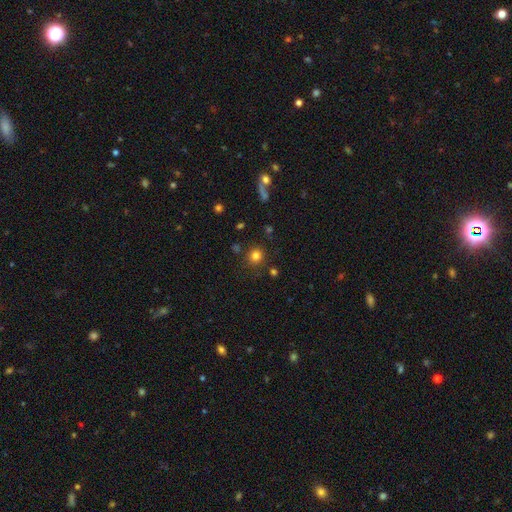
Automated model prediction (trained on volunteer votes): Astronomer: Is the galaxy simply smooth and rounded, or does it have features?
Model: smooth — 80%.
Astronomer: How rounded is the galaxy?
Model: round — 90%.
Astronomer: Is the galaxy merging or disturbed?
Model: none — 85%.